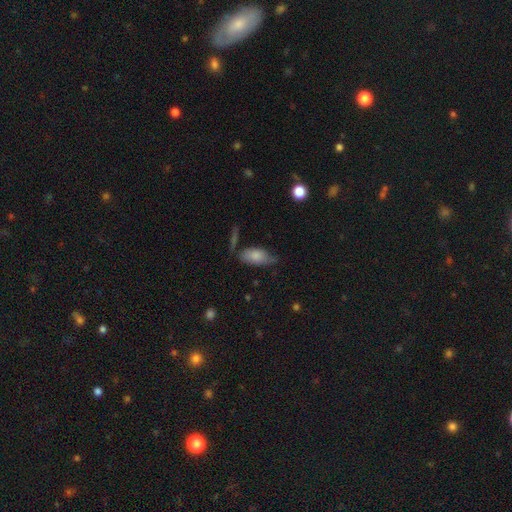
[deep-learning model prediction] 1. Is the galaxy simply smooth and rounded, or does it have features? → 78% smooth, 15% featured or disk, 7% star or artifact.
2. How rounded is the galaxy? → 89% in between, 7% cigar-shaped, 3% round.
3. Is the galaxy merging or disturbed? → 56% none, 30% minor disturbance, 8% major disturbance, 6% merger.